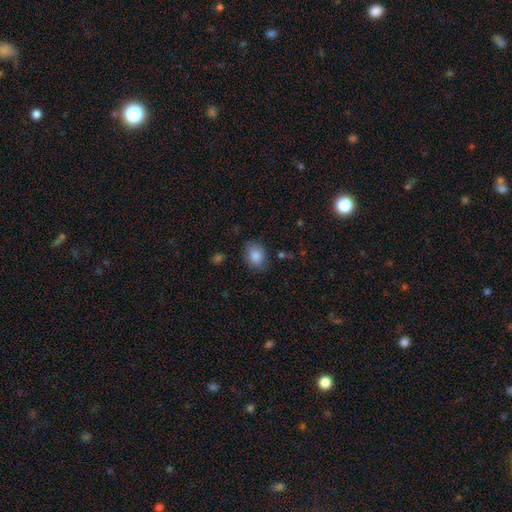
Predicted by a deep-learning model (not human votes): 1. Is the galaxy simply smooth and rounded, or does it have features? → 86% smooth, 8% star or artifact, 6% featured or disk.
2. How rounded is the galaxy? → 65% in between, 34% round, 1% cigar-shaped.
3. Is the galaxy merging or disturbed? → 79% none, 16% minor disturbance, 4% major disturbance, 2% merger.